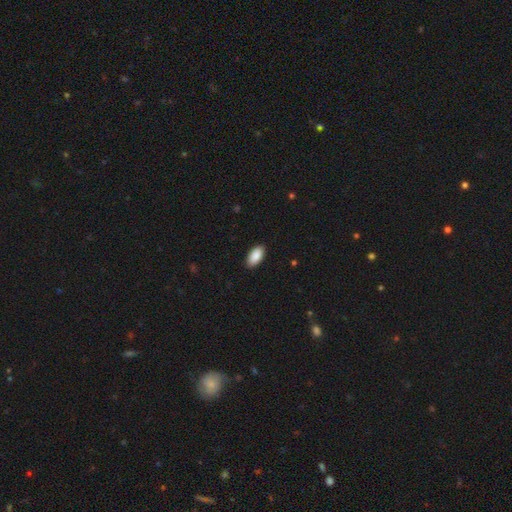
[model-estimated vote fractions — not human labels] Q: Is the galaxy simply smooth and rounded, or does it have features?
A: smooth — 90%.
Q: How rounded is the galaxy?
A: in between — 94%.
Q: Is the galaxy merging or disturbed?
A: none — 89%.